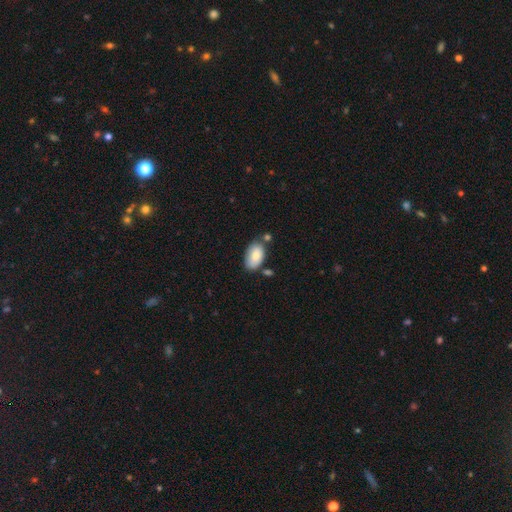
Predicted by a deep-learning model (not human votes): Smooth or featured: smooth — 80% (featured or disk — 13%)
How rounded: in between — 94% (round — 4%)
Merging: none — 61% (minor disturbance — 22%)